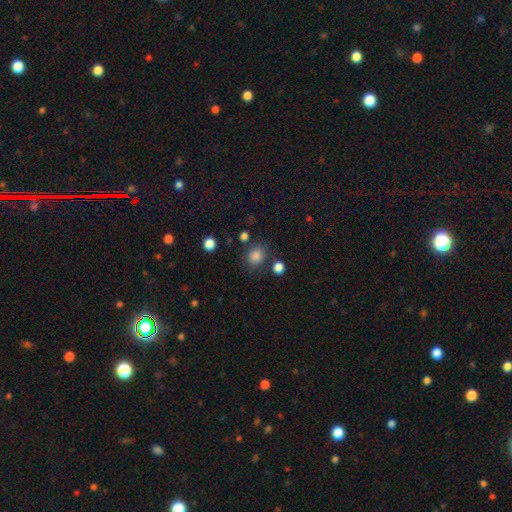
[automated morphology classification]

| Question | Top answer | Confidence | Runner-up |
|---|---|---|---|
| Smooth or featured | smooth | 84% | star or artifact (12%) |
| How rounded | round | 69% | in between (30%) |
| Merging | none | 76% | minor disturbance (13%) |